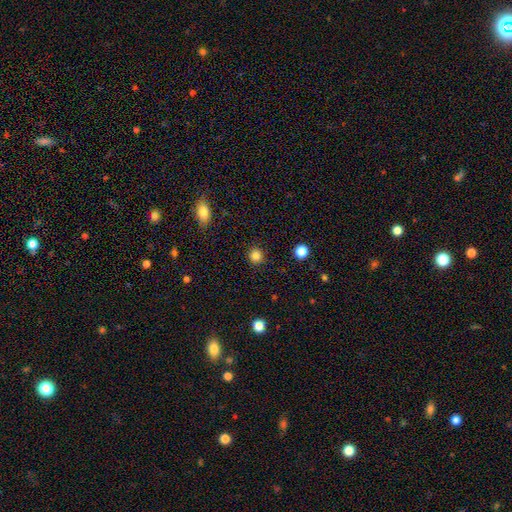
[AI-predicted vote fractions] The model was most divided on "smooth or featured": smooth: 85%, star or artifact: 12%, featured or disk: 3%. More confident: how rounded — round (93%); merging — none (92%).